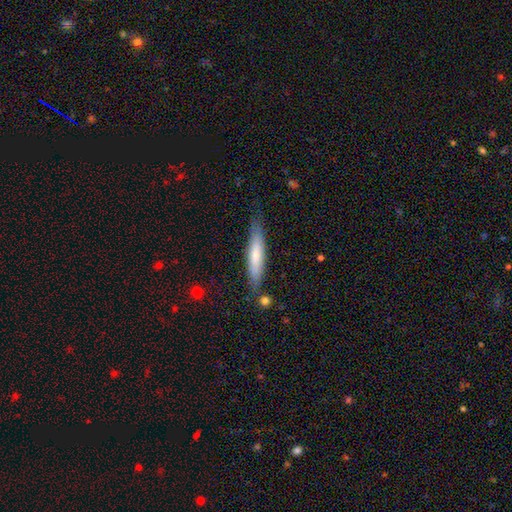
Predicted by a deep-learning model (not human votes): Smooth or featured?
  - smooth: 61% *
  - featured or disk: 33%
  - star or artifact: 6%
How rounded?
  - cigar-shaped: 87% *
  - in between: 12%
  - round: 1%
Merging?
  - none: 77% *
  - minor disturbance: 16%
  - major disturbance: 3%
  - merger: 3%